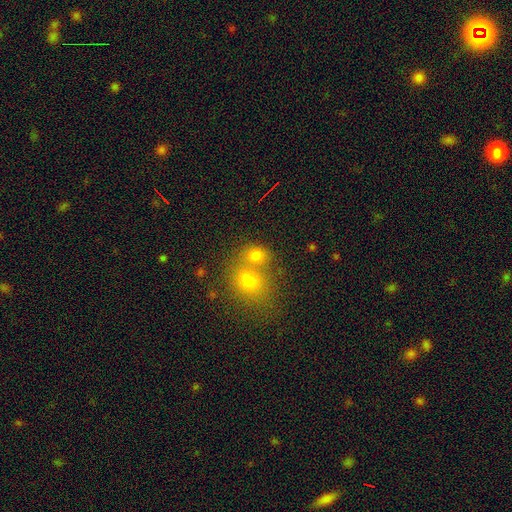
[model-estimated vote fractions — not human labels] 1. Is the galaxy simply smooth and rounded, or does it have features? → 72% smooth, 17% star or artifact, 11% featured or disk.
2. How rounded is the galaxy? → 59% round, 40% in between, 1% cigar-shaped.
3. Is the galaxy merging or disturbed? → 46% merger, 43% none, 7% minor disturbance, 4% major disturbance.